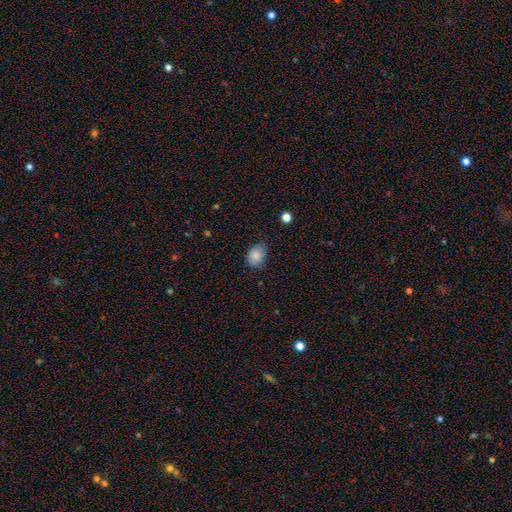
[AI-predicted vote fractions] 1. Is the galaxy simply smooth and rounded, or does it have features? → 85% smooth, 9% star or artifact, 6% featured or disk.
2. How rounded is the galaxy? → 58% in between, 41% round, 1% cigar-shaped.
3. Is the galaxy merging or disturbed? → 63% none, 31% minor disturbance, 5% major disturbance, 1% merger.